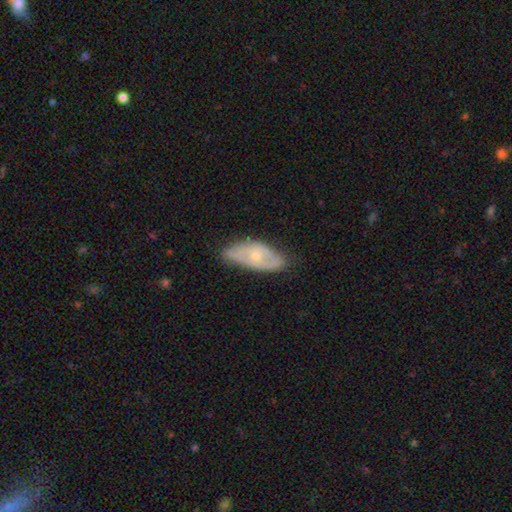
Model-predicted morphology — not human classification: Smooth or featured? Predicted: featured or disk (p=0.52). Edge-on disk? Predicted: no (p=0.86). Merging? Predicted: none (p=0.59).